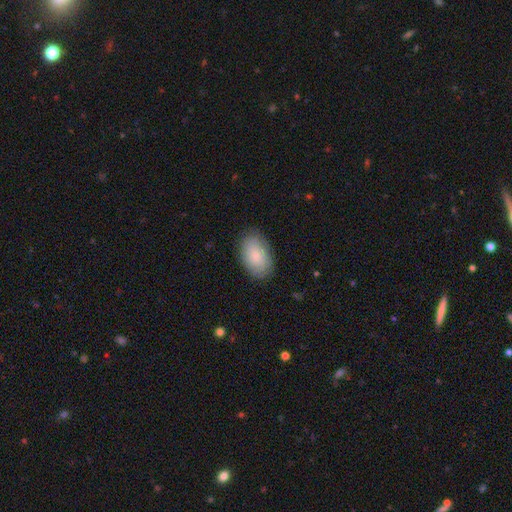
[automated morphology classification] A smooth galaxy with no disk features (81%) that is in between round and cigar-shaped (93%).

Vote fractions:
- Smooth or featured? smooth: 81% / featured or disk: 13% / star or artifact: 6%
- How rounded? in between: 93% / round: 6% / cigar-shaped: 1%
- Merging? none: 84% / minor disturbance: 12% / major disturbance: 3% / merger: 1%